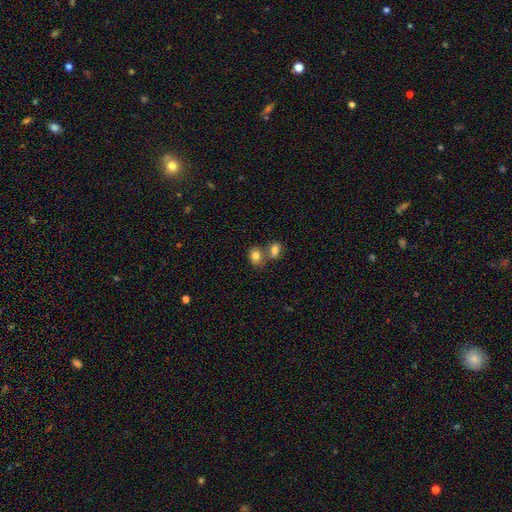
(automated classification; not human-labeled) This is clearly a smooth galaxy (81%). How rounded: possibly in between (54%). Merging: possibly merger (45%).